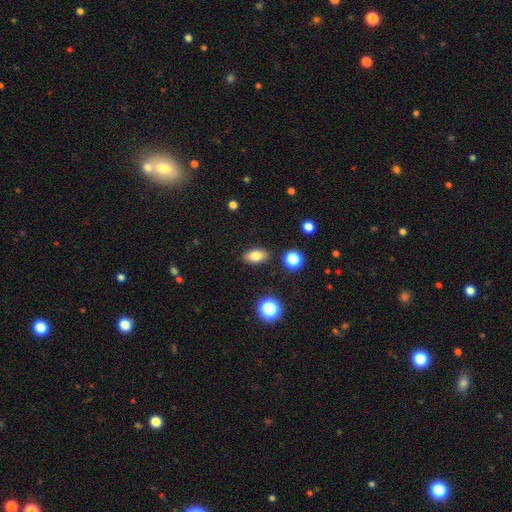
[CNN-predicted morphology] Smooth or featured?
  - smooth: 78% *
  - featured or disk: 11%
  - star or artifact: 11%
How rounded?
  - in between: 86% *
  - round: 10%
  - cigar-shaped: 4%
Merging?
  - none: 87% *
  - minor disturbance: 9%
  - major disturbance: 2%
  - merger: 2%